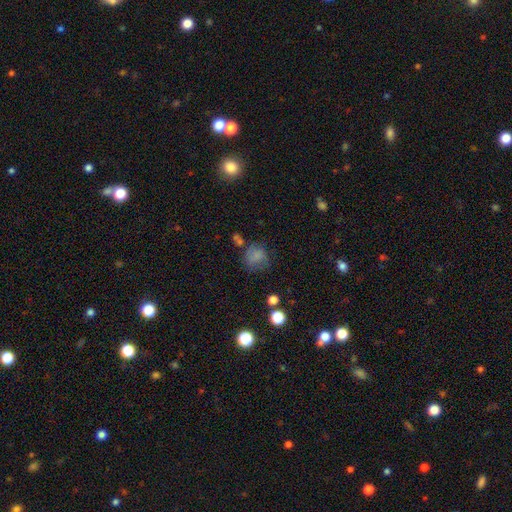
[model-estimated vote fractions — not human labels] Smooth or featured? smooth (72%)
How rounded? round (70%)
Merging? none (51%)